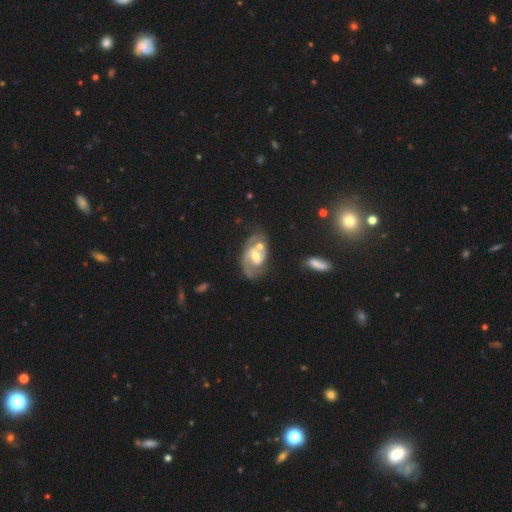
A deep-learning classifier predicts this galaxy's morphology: Q: Smooth or featured?
A: featured or disk (82%); runner-up: smooth (12%)
Q: Edge-on disk?
A: no (97%); runner-up: yes (3%)
Q: Bar?
A: weak (50%); runner-up: no (30%)
Q: Spiral arms?
A: yes (91%); runner-up: no (9%)
Q: Spiral winding?
A: medium (52%); runner-up: tight (28%)
Q: Spiral arm count?
A: 2 (78%); runner-up: 1 (11%)
Q: Bulge size?
A: moderate (64%); runner-up: small (25%)
Q: Merging?
A: none (50%); runner-up: merger (20%)